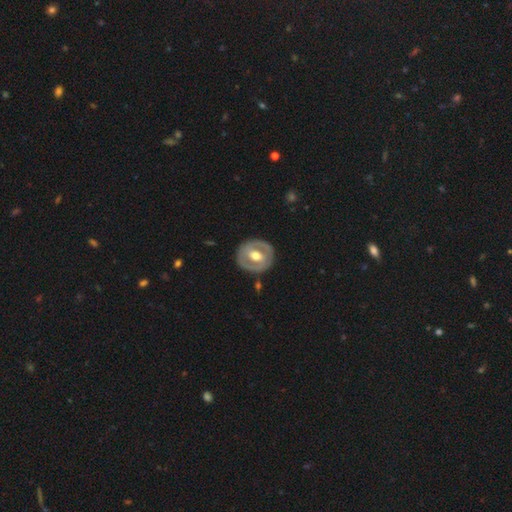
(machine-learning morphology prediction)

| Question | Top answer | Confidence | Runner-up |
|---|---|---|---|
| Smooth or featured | featured or disk | 64% | smooth (31%) |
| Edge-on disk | no | 95% | yes (5%) |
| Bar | weak | 40% | no (35%) |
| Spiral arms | no | 68% | yes (32%) |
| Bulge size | moderate | 75% | large (15%) |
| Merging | none | 84% | minor disturbance (11%) |